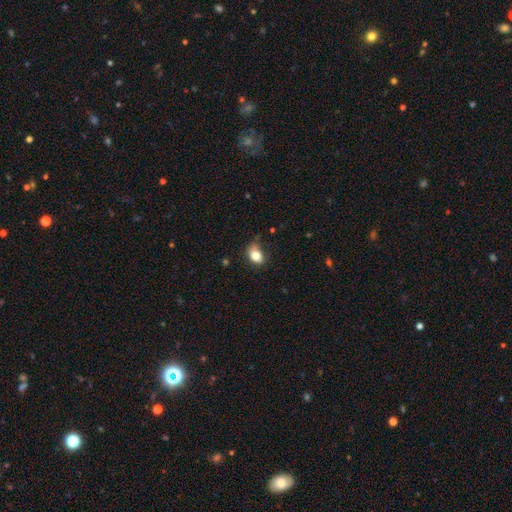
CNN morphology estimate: smooth-or-featured: smooth: 81% | featured or disk: 9% | star or artifact: 9%
  how-rounded: in between: 77% | round: 22% | cigar-shaped: 1%
  merging: none: 56% | minor disturbance: 32% | major disturbance: 9% | merger: 3%